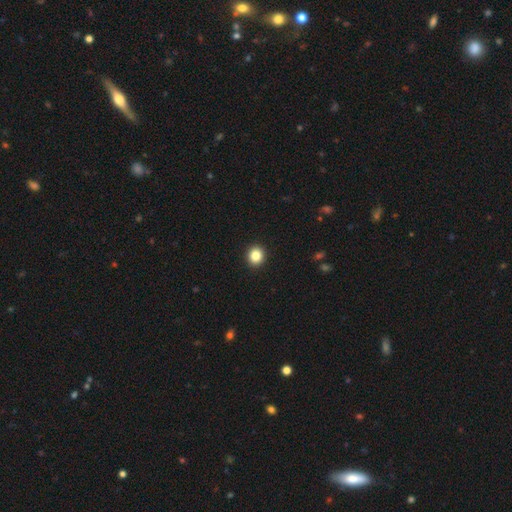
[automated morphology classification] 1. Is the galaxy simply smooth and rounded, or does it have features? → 85% smooth, 10% star or artifact, 5% featured or disk.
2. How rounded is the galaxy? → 83% round, 16% in between, 1% cigar-shaped.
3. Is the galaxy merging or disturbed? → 93% none, 5% minor disturbance, 2% major disturbance, 1% merger.